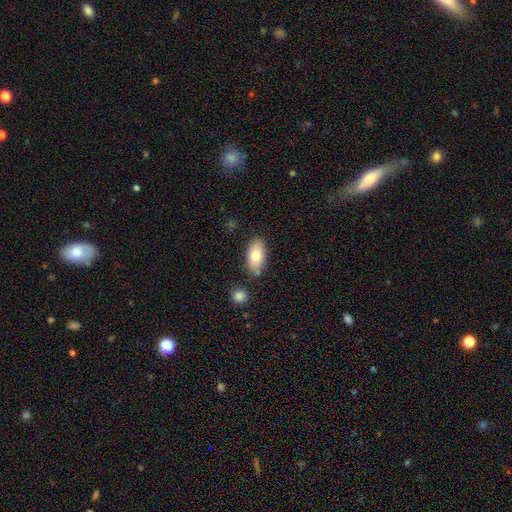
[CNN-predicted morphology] smooth_or_featured: smooth (p=0.79) [alt: featured or disk p=0.14]
how_rounded: in between (p=0.92) [alt: round p=0.04]
merging: none (p=0.78) [alt: minor disturbance p=0.14]